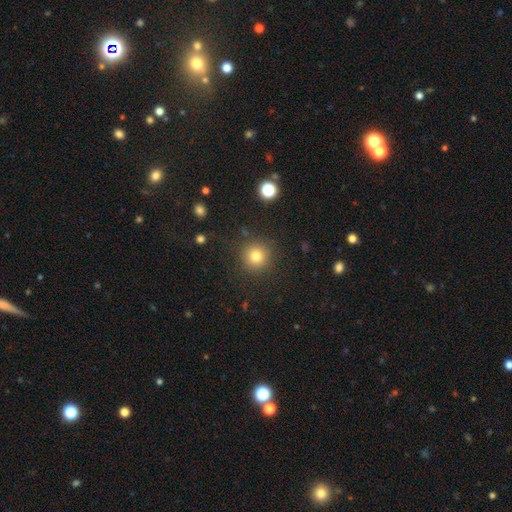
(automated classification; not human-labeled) The model was most divided on "smooth or featured": smooth: 79%, star or artifact: 14%, featured or disk: 7%. More confident: how rounded — round (95%); merging — none (89%).